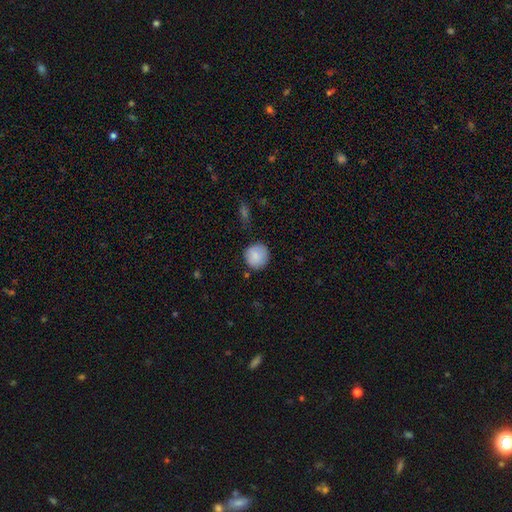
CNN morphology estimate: Smooth or featured? smooth (88%)
How rounded? round (93%)
Merging? none (84%)